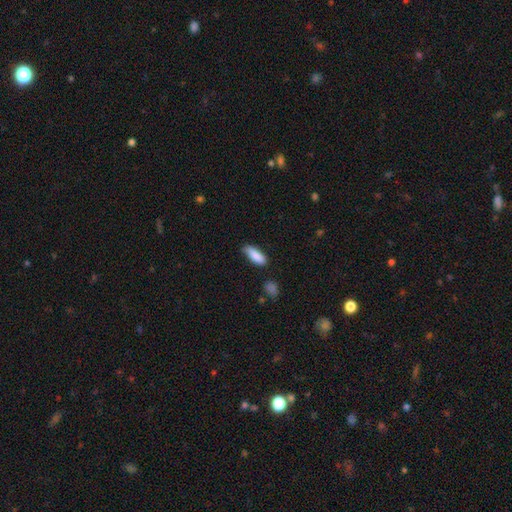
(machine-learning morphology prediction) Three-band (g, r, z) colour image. It shows a smooth galaxy with no disk features (87%) that is in between round and cigar-shaped (64%). Merging: none (72%).